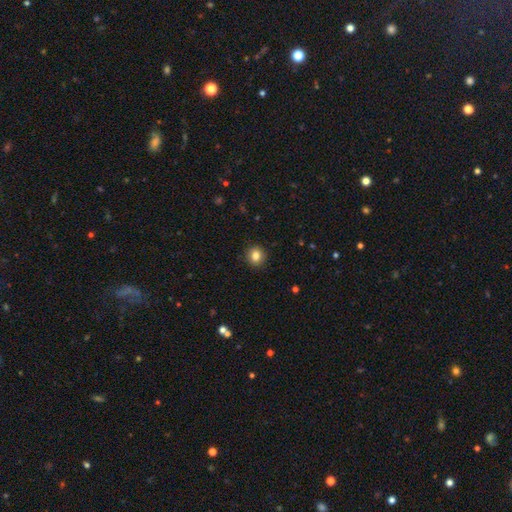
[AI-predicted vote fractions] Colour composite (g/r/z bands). It shows a smooth galaxy with no disk features (84%) that is round (87%). Merging: none (91%).